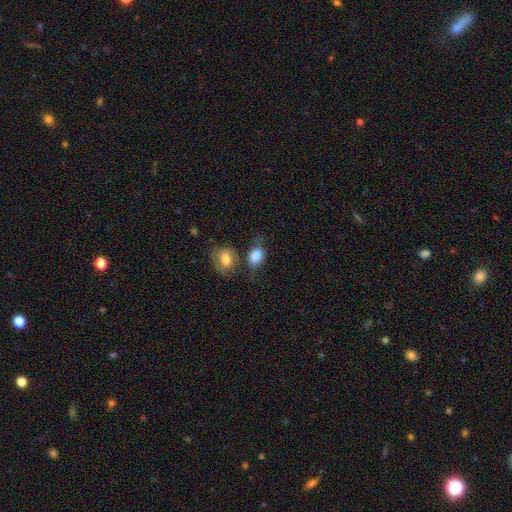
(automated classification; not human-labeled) smooth 84%, star or artifact 8%, featured or disk 8%. Down the decision tree: how rounded — in between (79%); merging — none (46%).